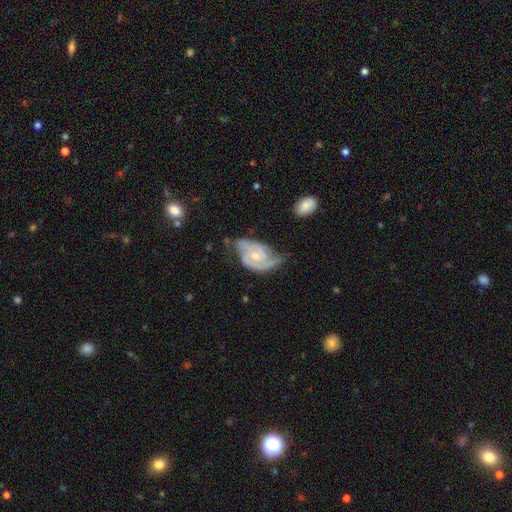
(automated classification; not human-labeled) Smooth or featured?
  - featured or disk: 83% *
  - smooth: 12%
  - star or artifact: 5%
Edge-on disk?
  - no: 97% *
  - yes: 3%
Bar?
  - no: 65% *
  - weak: 30%
  - strong: 5%
Spiral arms?
  - yes: 94% *
  - no: 6%
Spiral winding?
  - medium: 43% *
  - tight: 39%
  - loose: 18%
Spiral arm count?
  - 2: 75% *
  - can't tell: 10%
  - 1: 8%
  - 3: 5%
  - 4: 1%
  - more than 4: 1%
Bulge size?
  - small: 48% *
  - moderate: 46%
  - none: 2%
  - large: 2%
  - dominant: 1%
Merging?
  - none: 48% *
  - minor disturbance: 31%
  - major disturbance: 18%
  - merger: 3%